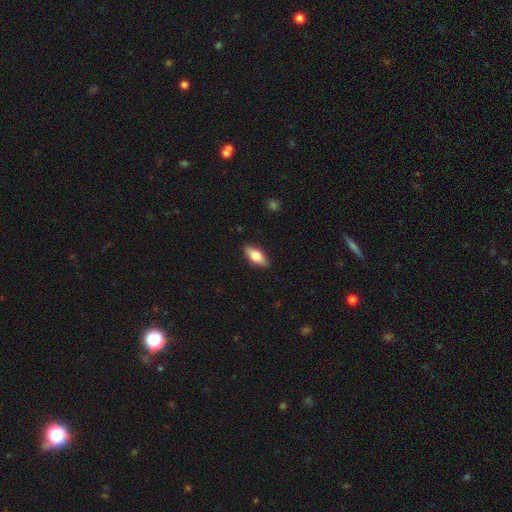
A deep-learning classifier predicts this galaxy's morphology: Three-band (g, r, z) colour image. It shows a smooth galaxy with no disk features (65%) that is in between round and cigar-shaped (76%). Merging: none (88%).